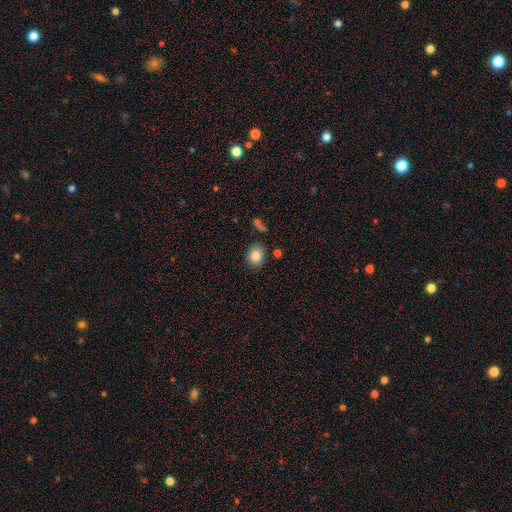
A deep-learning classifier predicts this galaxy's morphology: Smooth or featured?
  - smooth: 85% *
  - star or artifact: 9%
  - featured or disk: 6%
How rounded?
  - round: 55% *
  - in between: 44%
  - cigar-shaped: 1%
Merging?
  - none: 82% *
  - minor disturbance: 11%
  - merger: 4%
  - major disturbance: 3%